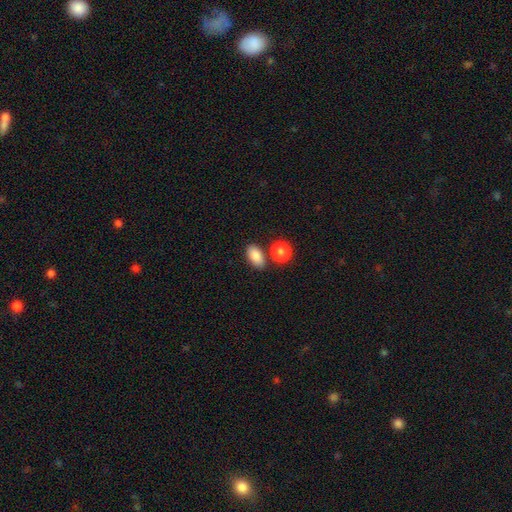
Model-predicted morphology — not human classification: Smooth or featured? smooth (85%)
How rounded? in between (88%)
Merging? none (75%)